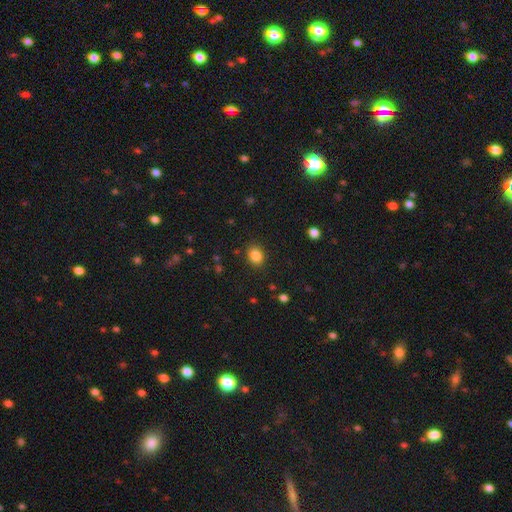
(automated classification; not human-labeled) smooth_or_featured: smooth (p=0.84) [alt: star or artifact p=0.10]
how_rounded: round (p=0.53) [alt: in between p=0.46]
merging: none (p=0.87) [alt: minor disturbance p=0.09]